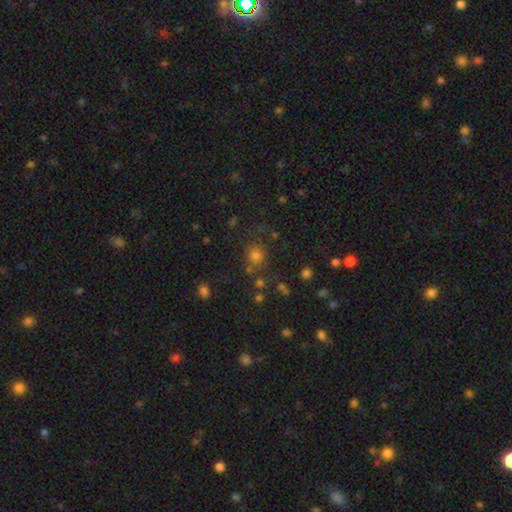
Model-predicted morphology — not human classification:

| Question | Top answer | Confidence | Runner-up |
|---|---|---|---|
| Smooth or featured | smooth | 67% | star or artifact (25%) |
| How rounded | round | 87% | in between (12%) |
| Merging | none | 75% | minor disturbance (12%) |